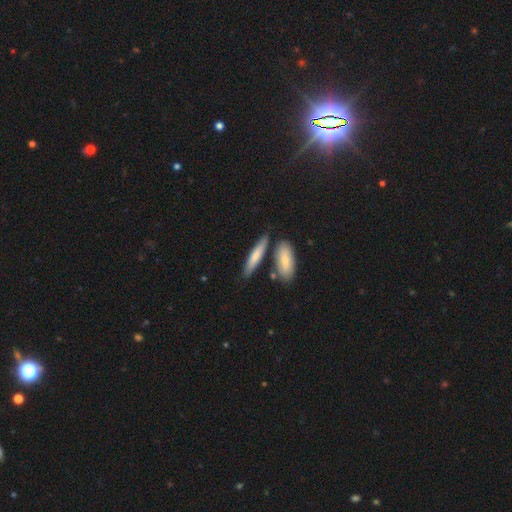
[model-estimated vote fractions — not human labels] Smooth or featured? smooth (74%)
How rounded? cigar-shaped (76%)
Merging? none (73%)